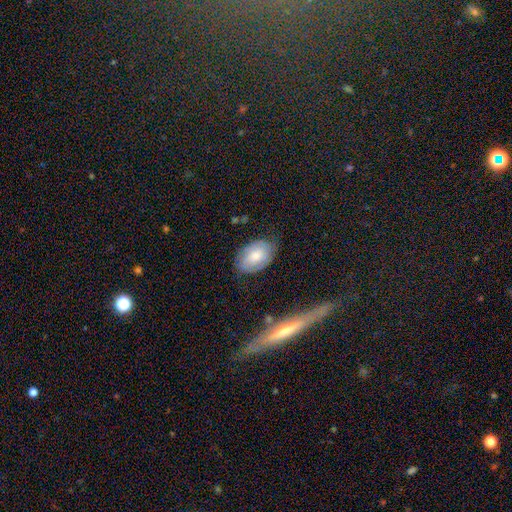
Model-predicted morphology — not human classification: smooth_or_featured: smooth (p=0.63) [alt: featured or disk p=0.30]
how_rounded: in between (p=0.88) [alt: round p=0.11]
merging: none (p=0.73) [alt: minor disturbance p=0.20]